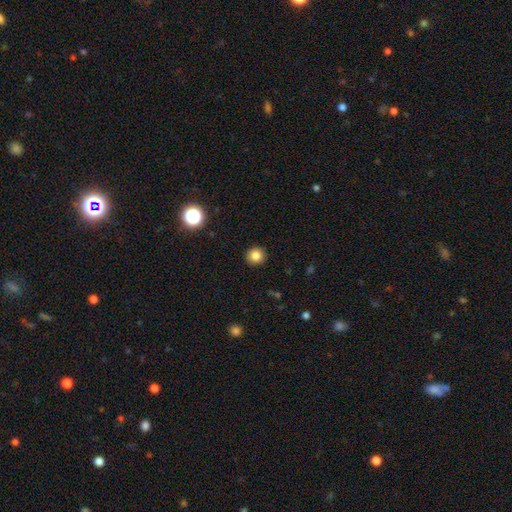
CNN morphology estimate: Smooth or featured? smooth (82%)
How rounded? round (92%)
Merging? none (92%)